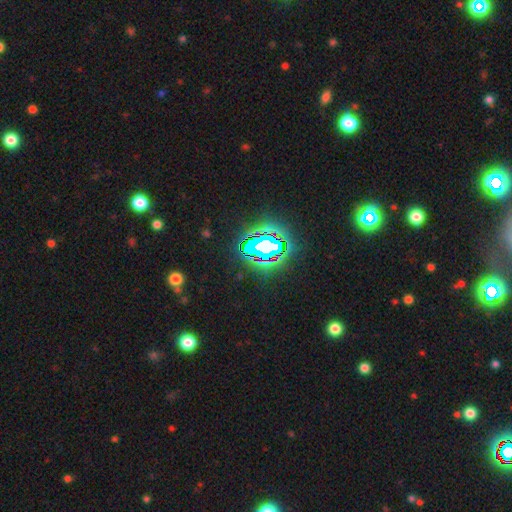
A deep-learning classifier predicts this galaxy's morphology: The model was most divided on "smooth or featured": star or artifact: 81%, smooth: 11%, featured or disk: 8%.